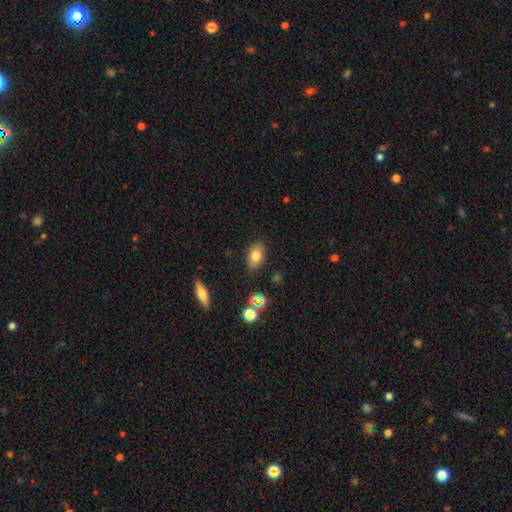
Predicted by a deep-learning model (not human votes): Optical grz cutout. It shows a smooth galaxy with no disk features (78%) that is in between round and cigar-shaped (87%). Merging: none (83%).